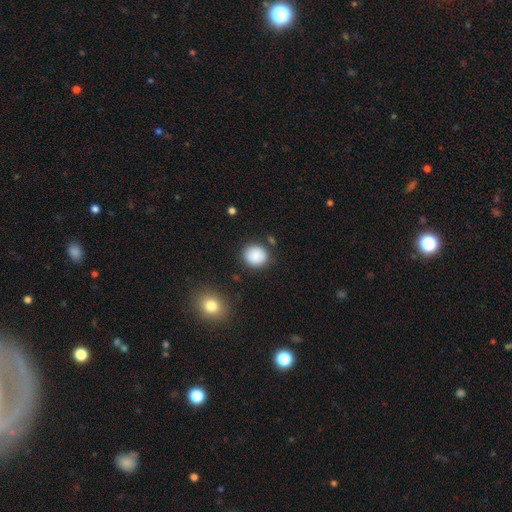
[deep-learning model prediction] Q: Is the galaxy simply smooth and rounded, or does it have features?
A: smooth — 88%.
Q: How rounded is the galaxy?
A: round — 85%.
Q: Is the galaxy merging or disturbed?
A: none — 85%.